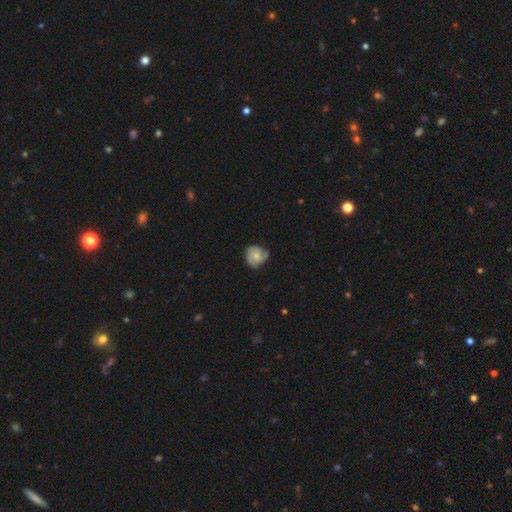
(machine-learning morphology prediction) Smooth or featured: featured or disk — 56% (smooth — 37%)
Edge-on disk: no — 98% (yes — 2%)
Bar: no — 75% (weak — 21%)
Spiral arms: yes — 88% (no — 12%)
Bulge size: small — 51% (moderate — 42%)
Merging: none — 61% (minor disturbance — 28%)